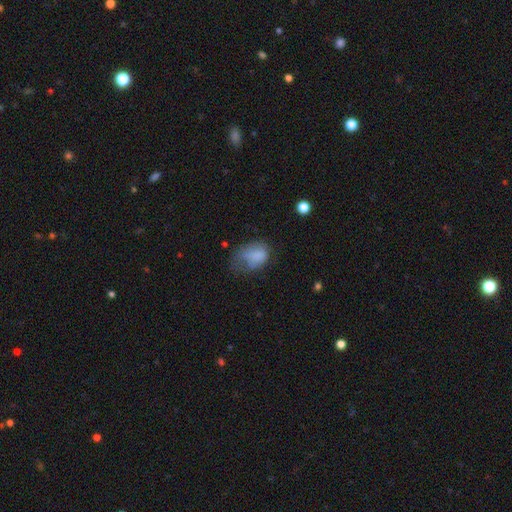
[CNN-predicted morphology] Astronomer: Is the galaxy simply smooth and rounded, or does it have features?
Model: smooth — 72%.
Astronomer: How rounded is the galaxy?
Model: in between — 81%.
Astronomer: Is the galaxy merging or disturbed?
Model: major disturbance — 40% (runner-up: minor disturbance, 33%).